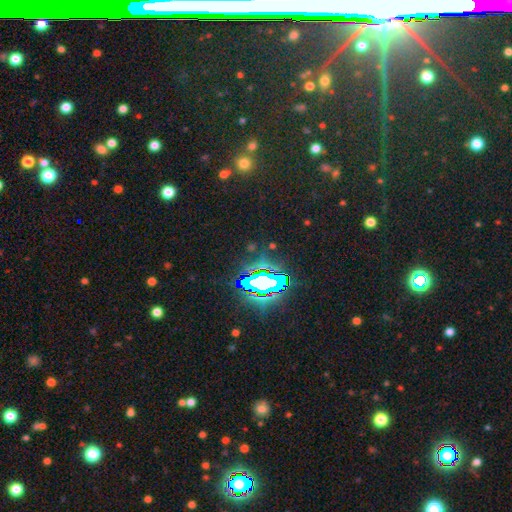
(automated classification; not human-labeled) star or artifact 77%, smooth 13%, featured or disk 10%.